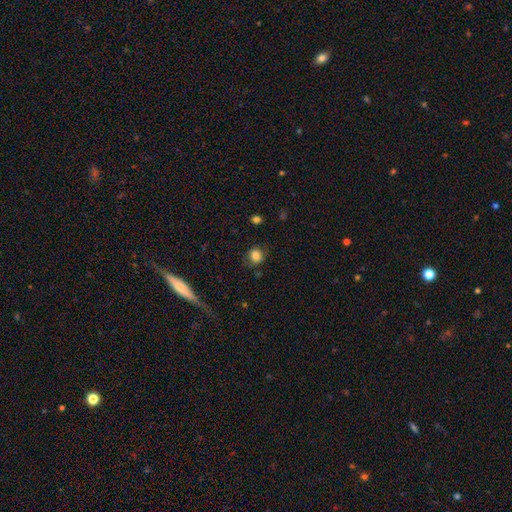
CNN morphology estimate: type=smooth (82%); roundness=round (84%); merging=none (78%).